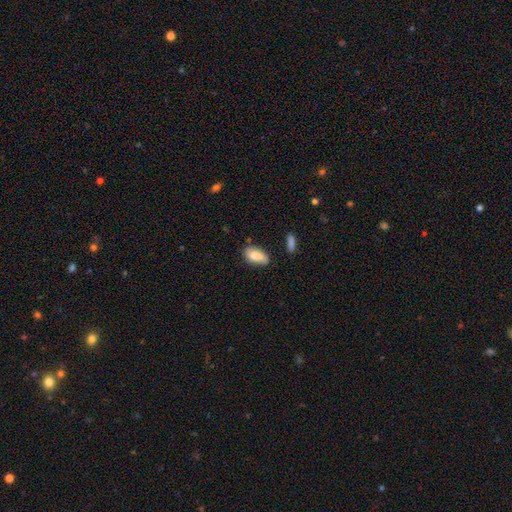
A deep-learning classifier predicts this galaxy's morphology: smooth-or-featured: smooth: 81% | featured or disk: 12% | star or artifact: 7%
  how-rounded: in between: 92% | cigar-shaped: 5% | round: 3%
  merging: none: 66% | minor disturbance: 25% | major disturbance: 5% | merger: 4%